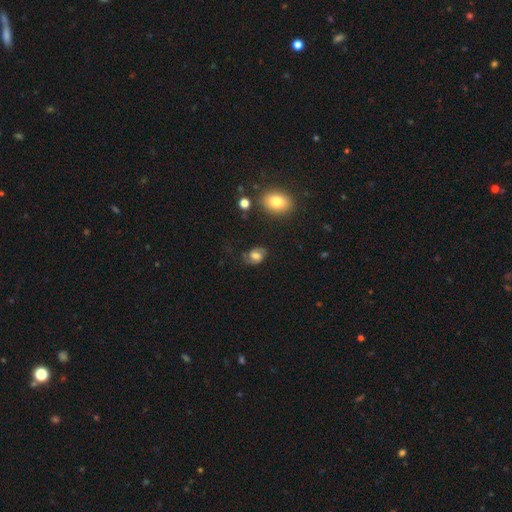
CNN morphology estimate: The model was most divided on "smooth or featured": smooth: 49%, featured or disk: 41%, star or artifact: 10%. More confident: merging — none (66%).